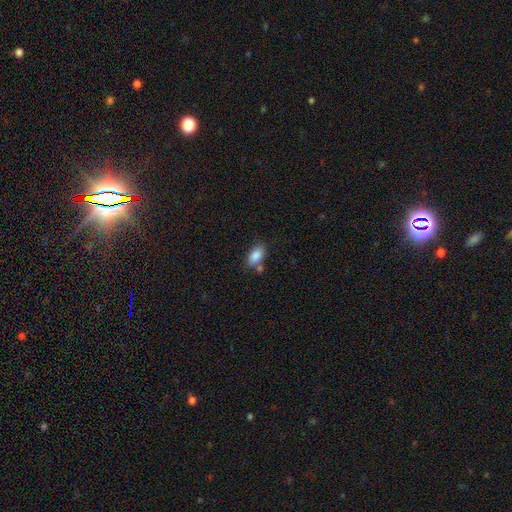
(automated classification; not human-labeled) Smooth or featured? smooth (87%)
How rounded? in between (91%)
Merging? none (65%)